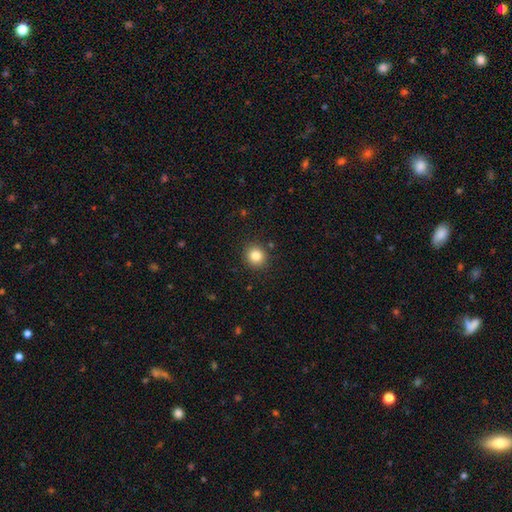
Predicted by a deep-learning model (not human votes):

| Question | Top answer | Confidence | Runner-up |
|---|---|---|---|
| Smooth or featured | smooth | 83% | star or artifact (11%) |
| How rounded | round | 91% | in between (8%) |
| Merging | none | 90% | minor disturbance (7%) |